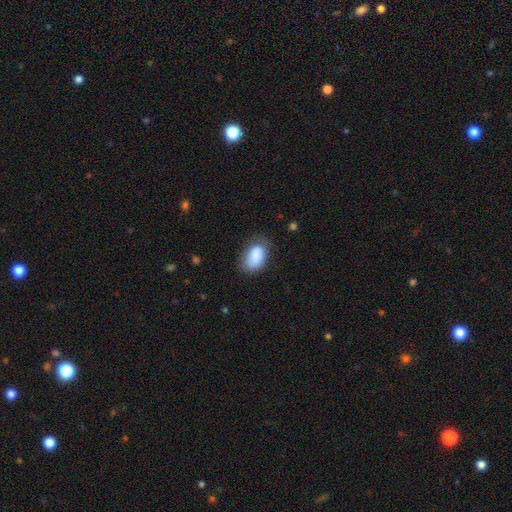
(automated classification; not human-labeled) This appears to be a smooth galaxy with no disk features (86%) that is in between round and cigar-shaped (91%). Merging: none (66%).